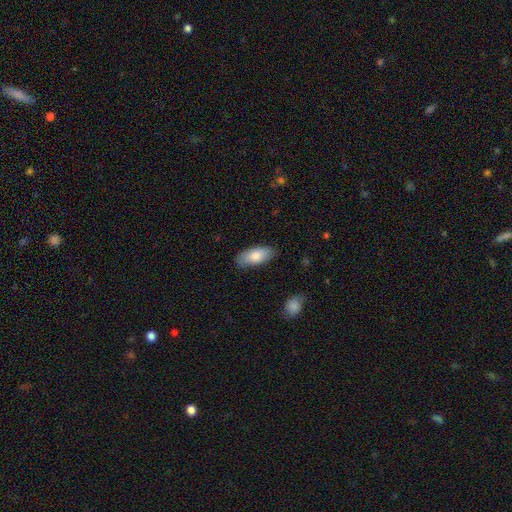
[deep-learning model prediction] Smooth or featured: smooth — 81% (featured or disk — 13%)
How rounded: in between — 85% (cigar-shaped — 13%)
Merging: none — 85% (minor disturbance — 12%)